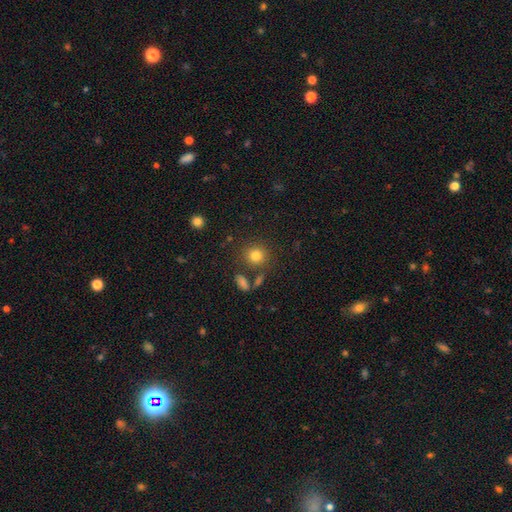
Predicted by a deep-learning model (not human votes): A smooth galaxy with no disk features (81%) that is round (86%). Merging: none (79%).